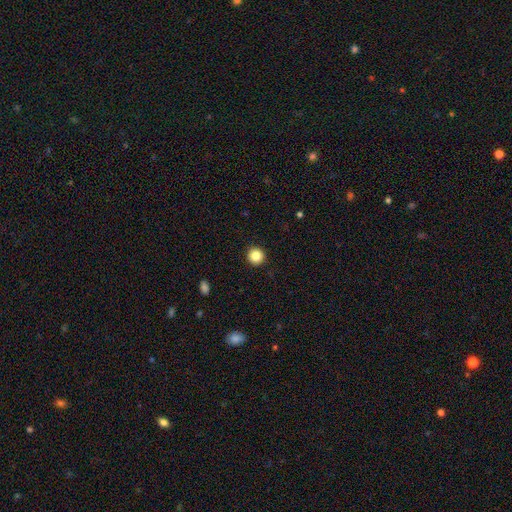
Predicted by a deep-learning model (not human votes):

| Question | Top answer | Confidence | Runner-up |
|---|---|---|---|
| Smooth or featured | smooth | 86% | star or artifact (10%) |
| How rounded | round | 96% | in between (3%) |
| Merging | none | 93% | minor disturbance (4%) |